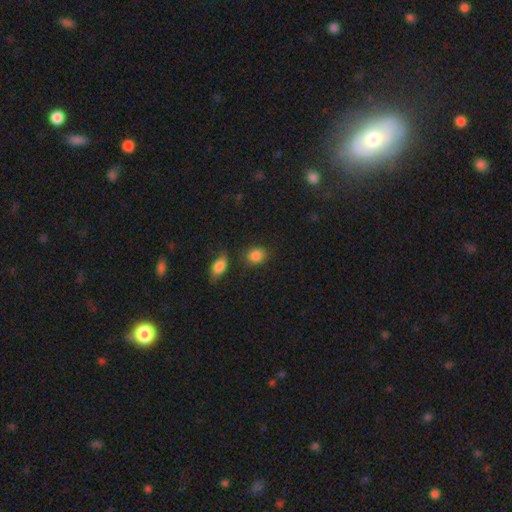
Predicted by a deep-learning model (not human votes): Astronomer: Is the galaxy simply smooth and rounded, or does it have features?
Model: smooth — 86%.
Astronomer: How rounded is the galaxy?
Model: round — 62%.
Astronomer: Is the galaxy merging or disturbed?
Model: none — 76%.